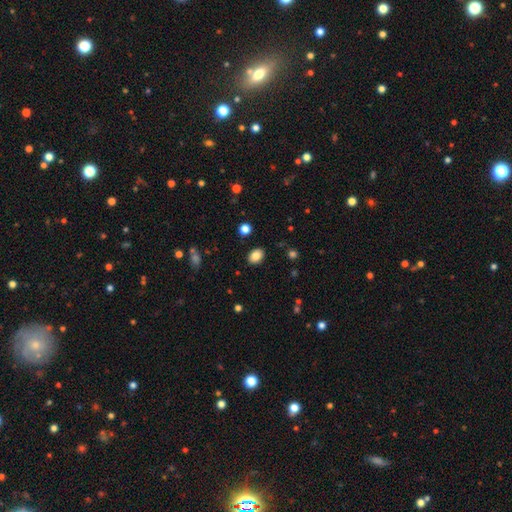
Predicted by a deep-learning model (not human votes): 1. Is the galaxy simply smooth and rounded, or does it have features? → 85% smooth, 10% star or artifact, 6% featured or disk.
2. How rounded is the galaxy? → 71% in between, 28% round, 1% cigar-shaped.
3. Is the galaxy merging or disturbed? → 88% none, 8% minor disturbance, 2% major disturbance, 2% merger.